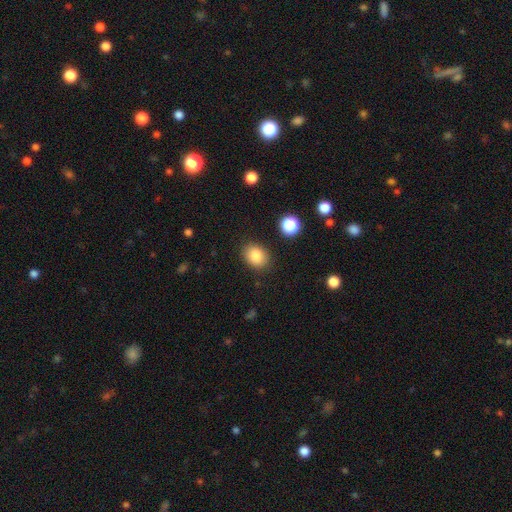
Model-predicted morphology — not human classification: type=smooth (85%); roundness=in between (57%); merging=none (85%).